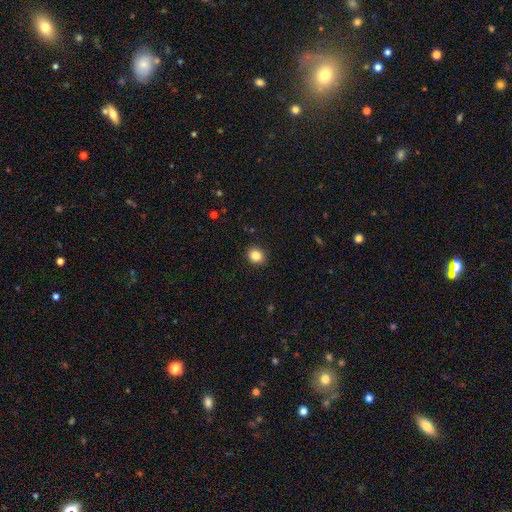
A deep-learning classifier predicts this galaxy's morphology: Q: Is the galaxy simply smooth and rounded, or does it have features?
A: smooth — 85%.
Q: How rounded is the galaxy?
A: round — 76%.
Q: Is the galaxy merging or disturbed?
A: none — 91%.